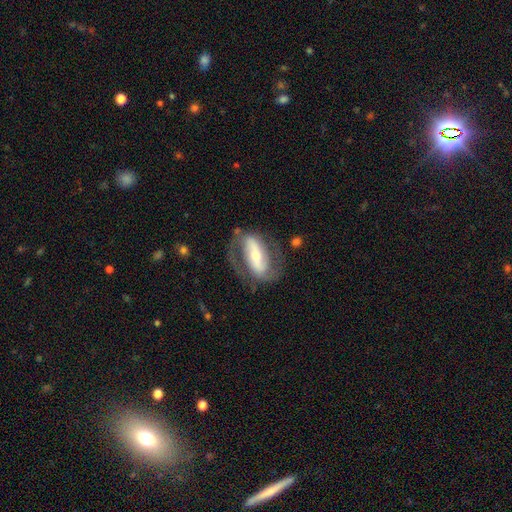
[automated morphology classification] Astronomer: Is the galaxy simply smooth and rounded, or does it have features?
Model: featured or disk — 80%.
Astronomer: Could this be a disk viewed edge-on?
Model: no — 91%.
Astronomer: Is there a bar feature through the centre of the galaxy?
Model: strong — 64%.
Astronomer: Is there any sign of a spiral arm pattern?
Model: yes — 83%.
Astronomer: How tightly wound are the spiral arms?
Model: medium — 45% (runner-up: loose, 28%).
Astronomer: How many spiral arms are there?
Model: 2 — 84%.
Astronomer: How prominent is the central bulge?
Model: moderate — 47% (runner-up: small, 44%).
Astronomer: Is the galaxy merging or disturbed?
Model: none — 66%.